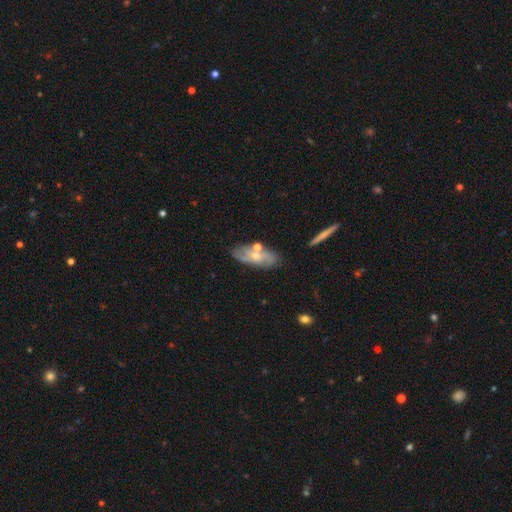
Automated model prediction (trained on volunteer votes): Q: Smooth or featured?
A: featured or disk (59%); runner-up: smooth (33%)
Q: Edge-on disk?
A: no (87%); runner-up: yes (13%)
Q: Bar?
A: no (64%); runner-up: weak (30%)
Q: Spiral arms?
A: yes (76%); runner-up: no (24%)
Q: Bulge size?
A: small (57%); runner-up: moderate (37%)
Q: Merging?
A: none (64%); runner-up: minor disturbance (18%)